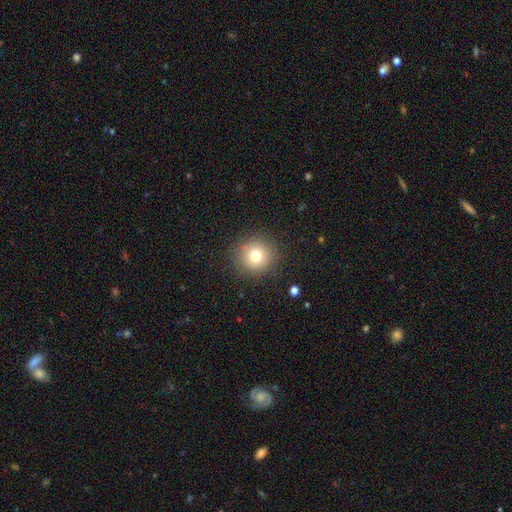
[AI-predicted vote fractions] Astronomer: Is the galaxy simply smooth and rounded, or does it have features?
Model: smooth — 76%.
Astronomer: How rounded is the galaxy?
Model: round — 91%.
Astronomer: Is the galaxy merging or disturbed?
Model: none — 88%.